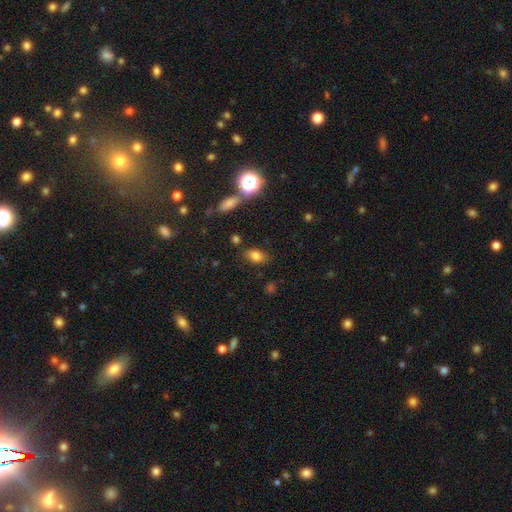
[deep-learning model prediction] A smooth galaxy with no disk features (78%) that is in between round and cigar-shaped (85%).

Vote fractions:
- Smooth or featured? smooth: 78% / star or artifact: 12% / featured or disk: 9%
- How rounded? in between: 85% / round: 11% / cigar-shaped: 3%
- Merging? none: 79% / minor disturbance: 14% / major disturbance: 4% / merger: 3%